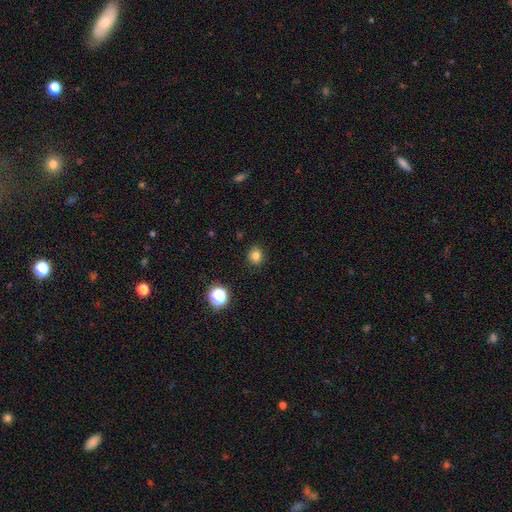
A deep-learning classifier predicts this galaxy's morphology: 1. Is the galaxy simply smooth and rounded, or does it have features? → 81% smooth, 14% star or artifact, 5% featured or disk.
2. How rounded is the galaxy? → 78% round, 22% in between, 1% cigar-shaped.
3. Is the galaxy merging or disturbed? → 87% none, 9% minor disturbance, 3% major disturbance, 1% merger.